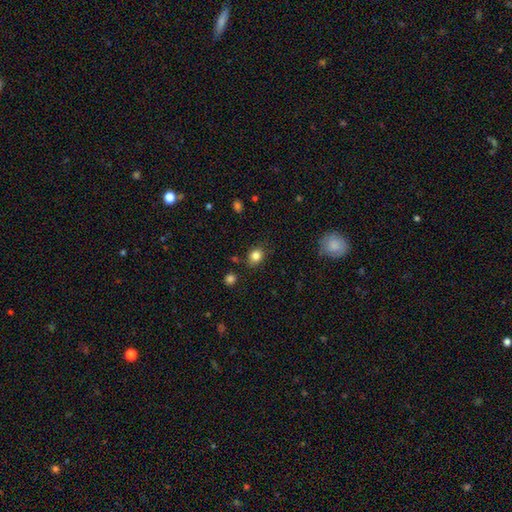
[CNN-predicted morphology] This is clearly a smooth galaxy (83%). How rounded: possibly round (53%). Merging: clearly none (81%).